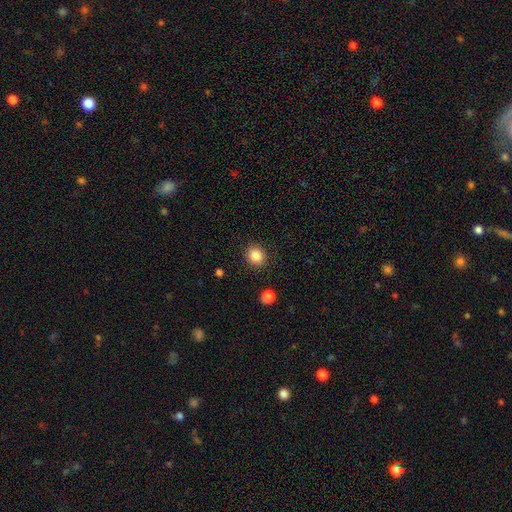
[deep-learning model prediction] This is clearly a smooth galaxy (86%). How rounded: likely round (79%). Merging: clearly none (89%).